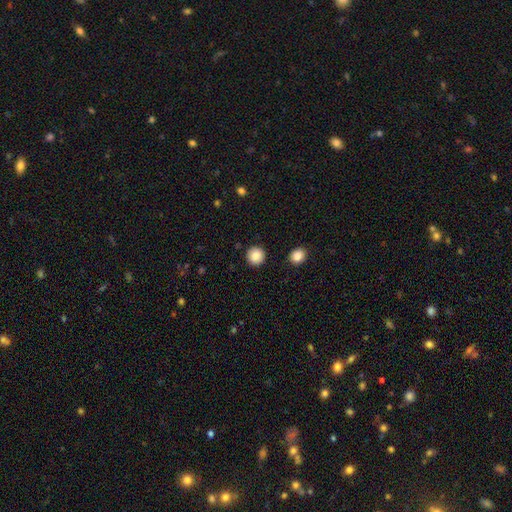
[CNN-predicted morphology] type=smooth (87%); roundness=round (94%); merging=none (91%).